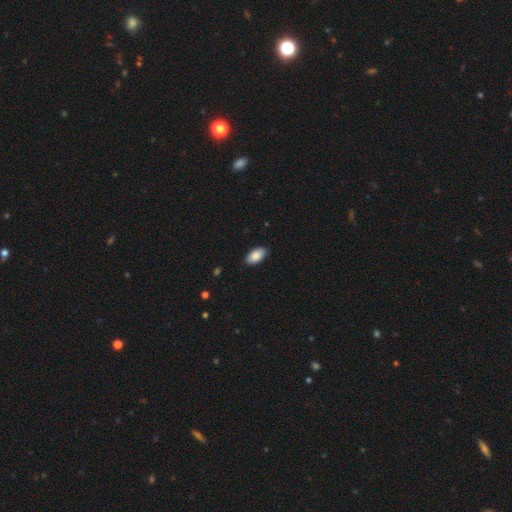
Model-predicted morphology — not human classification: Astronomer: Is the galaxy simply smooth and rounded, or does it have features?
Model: smooth — 87%.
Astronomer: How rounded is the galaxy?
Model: in between — 95%.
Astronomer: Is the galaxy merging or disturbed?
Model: none — 88%.